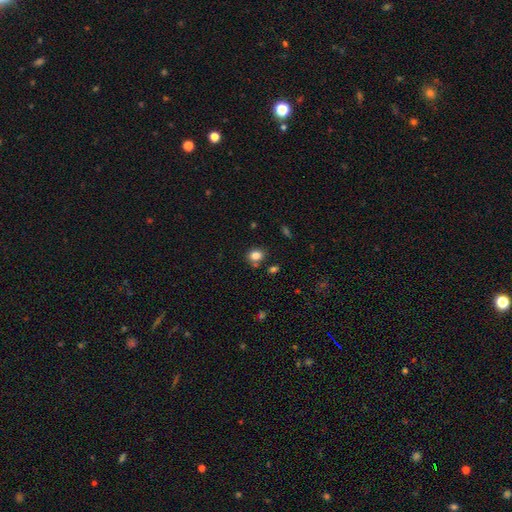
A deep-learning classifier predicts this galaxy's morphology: Smooth or featured? smooth (82%)
How rounded? round (59%)
Merging? none (76%)